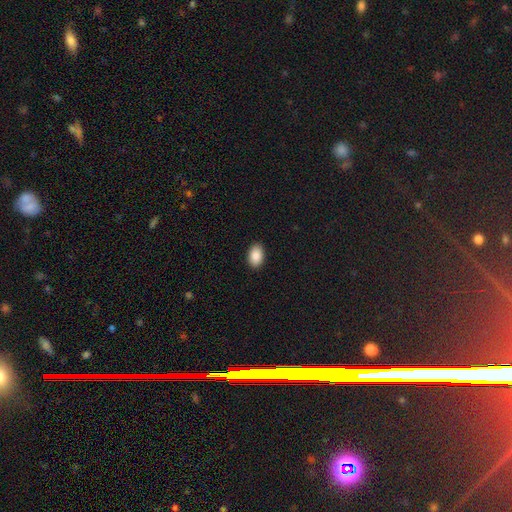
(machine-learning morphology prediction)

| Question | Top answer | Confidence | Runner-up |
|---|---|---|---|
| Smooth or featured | smooth | 89% | star or artifact (7%) |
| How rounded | in between | 90% | round (9%) |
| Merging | none | 91% | minor disturbance (7%) |